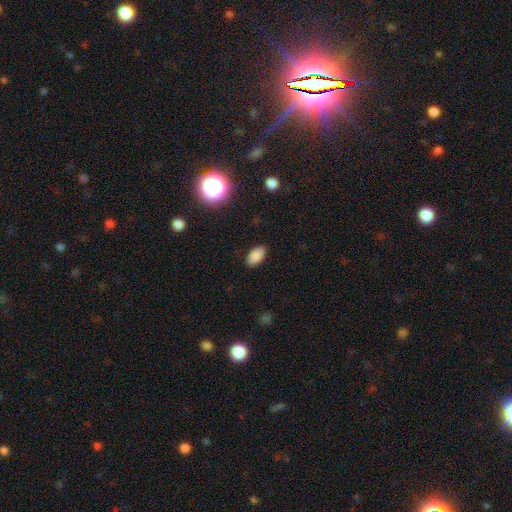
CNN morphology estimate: A smooth galaxy with no disk features (87%) that is in between round and cigar-shaped (94%).

Vote fractions:
- Smooth or featured? smooth: 87% / star or artifact: 9% / featured or disk: 4%
- How rounded? in between: 94% / round: 4% / cigar-shaped: 2%
- Merging? none: 88% / minor disturbance: 9% / major disturbance: 2% / merger: 1%